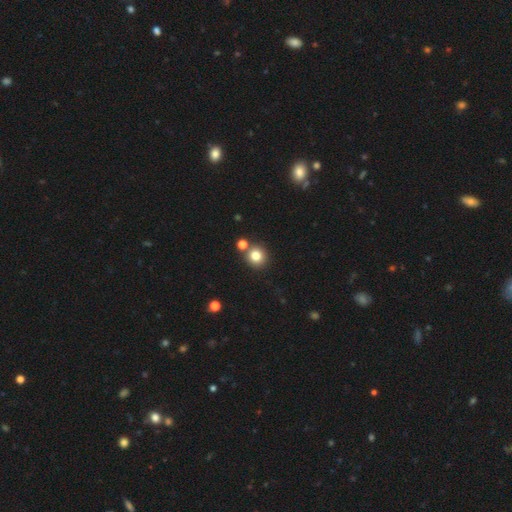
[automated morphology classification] Smooth or featured? Predicted: smooth (p=0.80). How rounded? Predicted: round (p=0.91). Merging? Predicted: none (p=0.76).